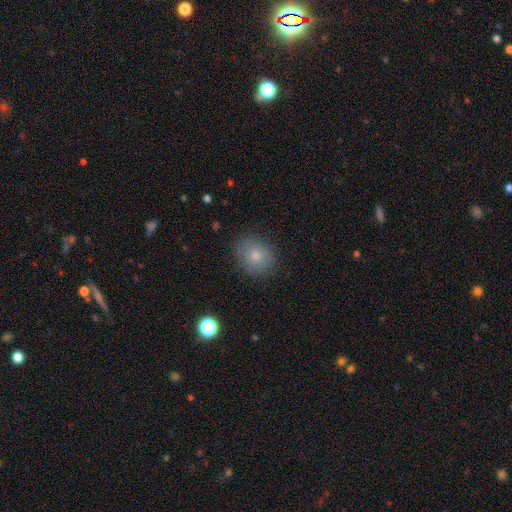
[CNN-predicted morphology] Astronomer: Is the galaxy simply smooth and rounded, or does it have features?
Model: smooth — 80%.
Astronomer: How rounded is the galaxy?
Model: round — 66%.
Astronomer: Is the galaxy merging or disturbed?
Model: none — 83%.